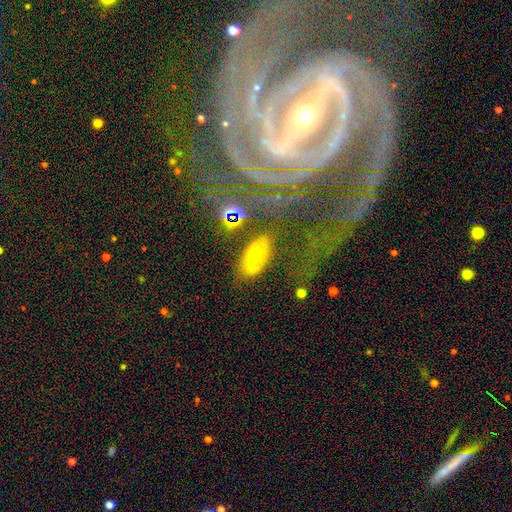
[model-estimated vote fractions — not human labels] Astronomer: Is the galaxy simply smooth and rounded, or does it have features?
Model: smooth — 49% (runner-up: featured or disk, 32%).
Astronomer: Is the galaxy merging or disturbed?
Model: none — 75%.